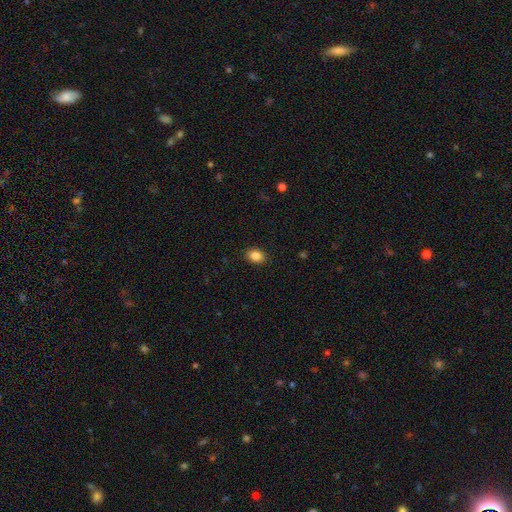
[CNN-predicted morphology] Overall: smooth (86%). How rounded: in between (70%). Merging: none (89%).